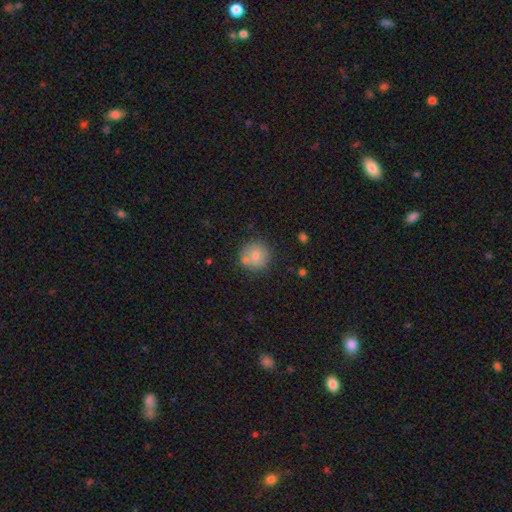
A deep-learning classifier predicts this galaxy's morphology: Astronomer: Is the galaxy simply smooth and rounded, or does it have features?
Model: smooth — 74%.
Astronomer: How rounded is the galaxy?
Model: round — 92%.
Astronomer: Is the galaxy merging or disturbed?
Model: none — 69%.